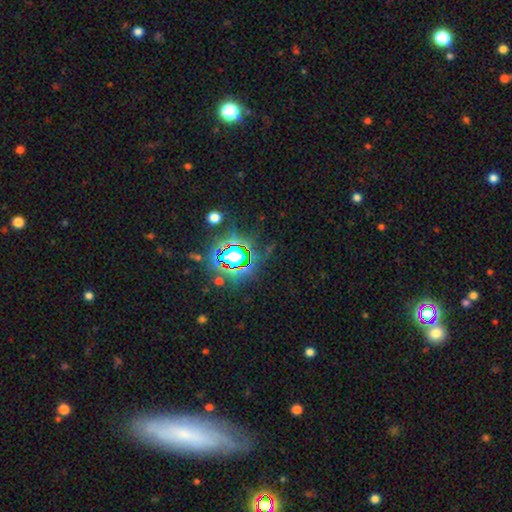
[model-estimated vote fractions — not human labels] smooth_or_featured: star or artifact (p=0.67) [alt: smooth p=0.17]